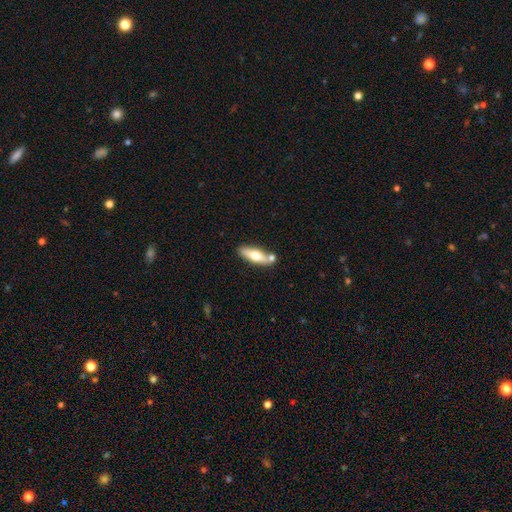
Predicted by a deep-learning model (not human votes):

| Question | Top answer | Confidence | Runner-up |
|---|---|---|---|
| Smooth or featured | smooth | 57% | featured or disk (37%) |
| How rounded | in between | 49% | cigar-shaped (48%) |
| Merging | none | 67% | merger (17%) |